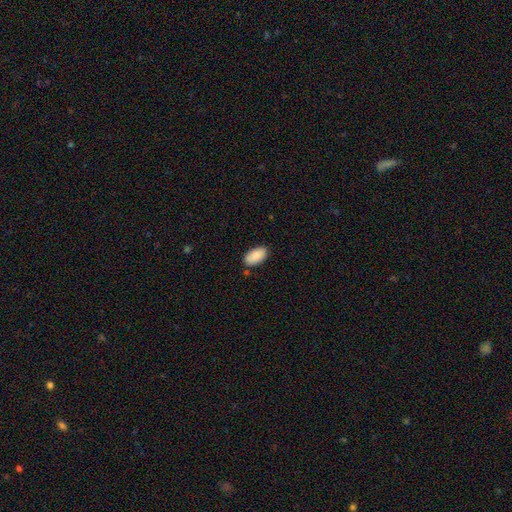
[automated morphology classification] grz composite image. It shows a smooth galaxy with no disk features (86%) that is in between round and cigar-shaped (95%). Merging: none (81%).